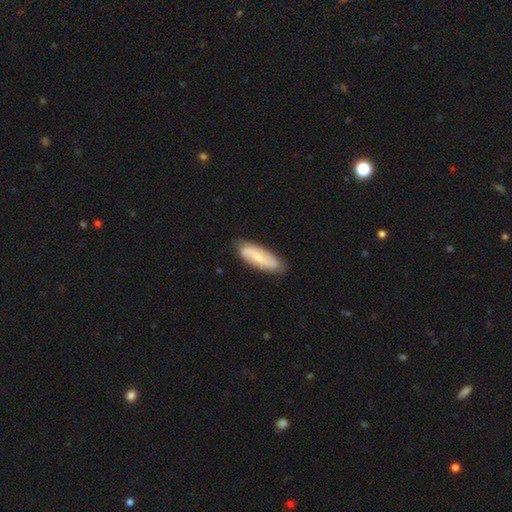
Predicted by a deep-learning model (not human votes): Morphology: type=smooth (50%); roundness=in between (58%); merging=none (81%).